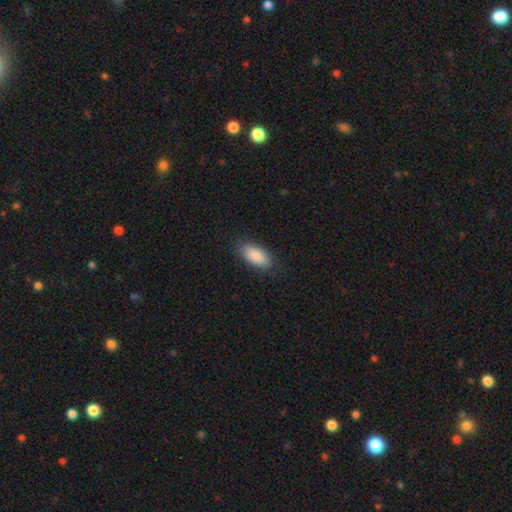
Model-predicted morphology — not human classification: type=smooth (89%); roundness=in between (91%); merging=none (86%).